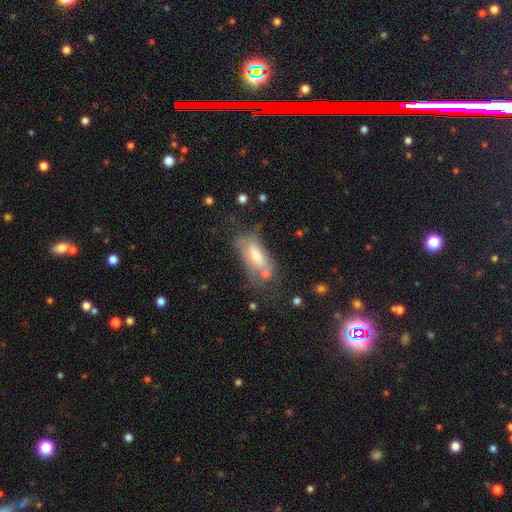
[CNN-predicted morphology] Smooth or featured: smooth — 59% (featured or disk — 32%)
How rounded: in between — 77% (cigar-shaped — 20%)
Merging: none — 40% (minor disturbance — 26%)